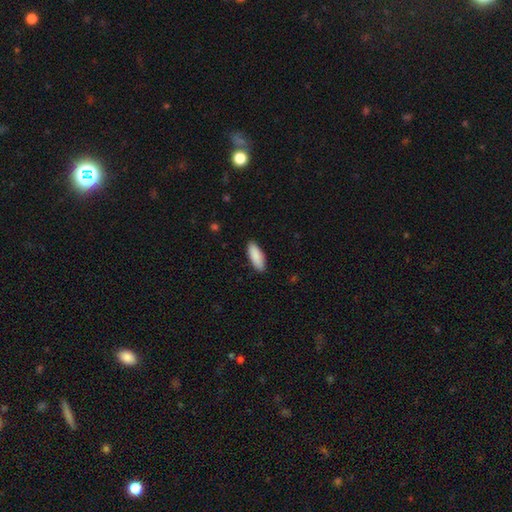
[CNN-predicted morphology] This appears to be a smooth galaxy with no disk features (90%) that is in between round and cigar-shaped (72%). Merging: none (89%).